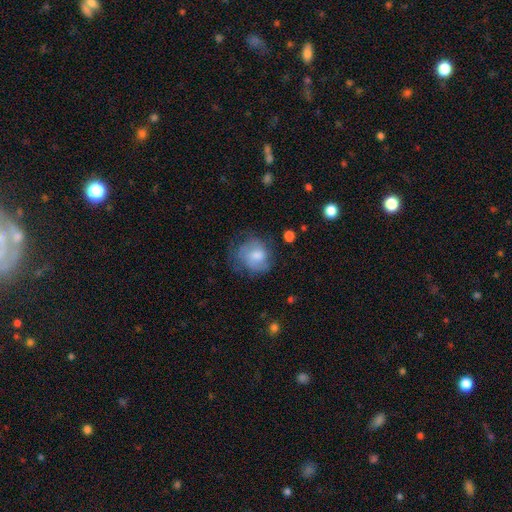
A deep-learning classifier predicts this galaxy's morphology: This appears to be a smooth galaxy with no disk features (59%) that is round (72%). Merging: none (52%).